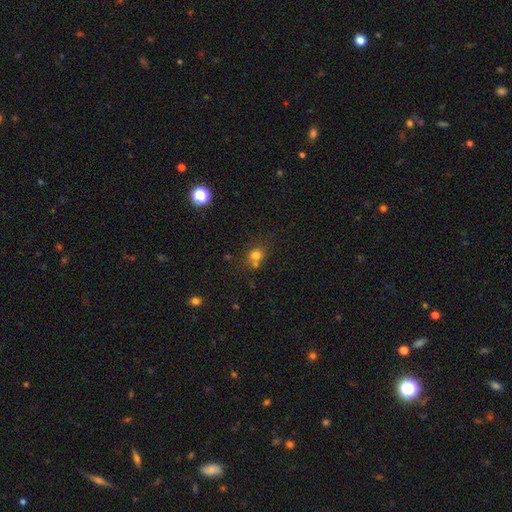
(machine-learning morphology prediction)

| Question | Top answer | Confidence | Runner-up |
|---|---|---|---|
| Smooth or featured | smooth | 75% | star or artifact (16%) |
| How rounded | round | 78% | in between (21%) |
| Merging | none | 60% | merger (25%) |